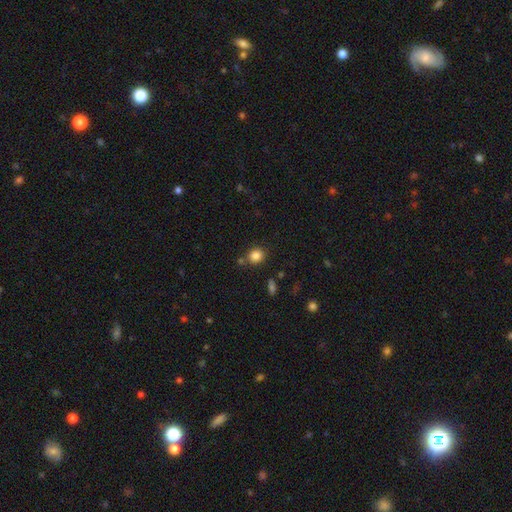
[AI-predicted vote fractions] Morphology: type=smooth (84%); roundness=round (77%); merging=none (79%).